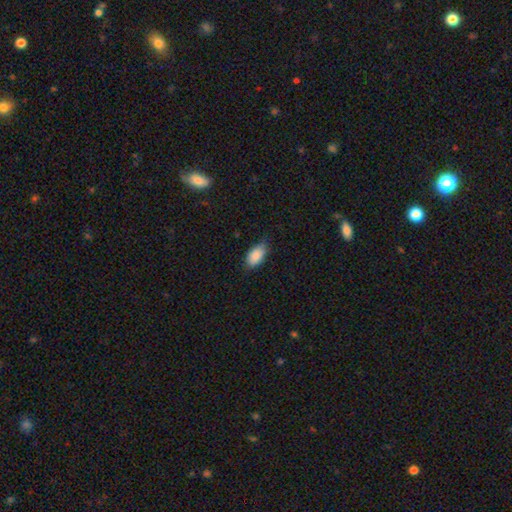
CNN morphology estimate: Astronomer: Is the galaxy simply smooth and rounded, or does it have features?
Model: smooth — 88%.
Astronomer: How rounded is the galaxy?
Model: in between — 93%.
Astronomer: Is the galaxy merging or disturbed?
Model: none — 71%.